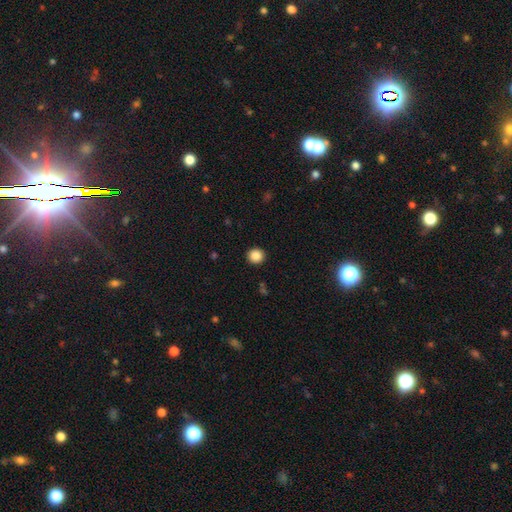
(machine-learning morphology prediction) Smooth or featured: smooth — 87% (star or artifact — 10%)
How rounded: round — 91% (in between — 8%)
Merging: none — 92% (minor disturbance — 5%)